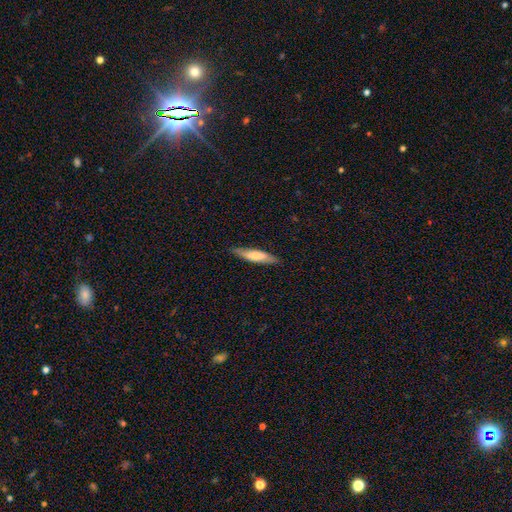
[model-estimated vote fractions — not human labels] Smooth or featured? Predicted: smooth (p=0.68). How rounded? Predicted: cigar-shaped (p=0.78). Merging? Predicted: none (p=0.82).